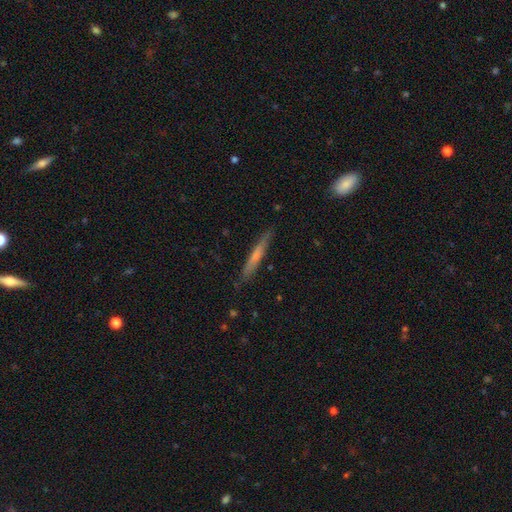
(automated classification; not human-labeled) Q: Smooth or featured?
A: smooth (56%); runner-up: featured or disk (38%)
Q: How rounded?
A: cigar-shaped (96%); runner-up: in between (3%)
Q: Merging?
A: none (87%); runner-up: minor disturbance (10%)